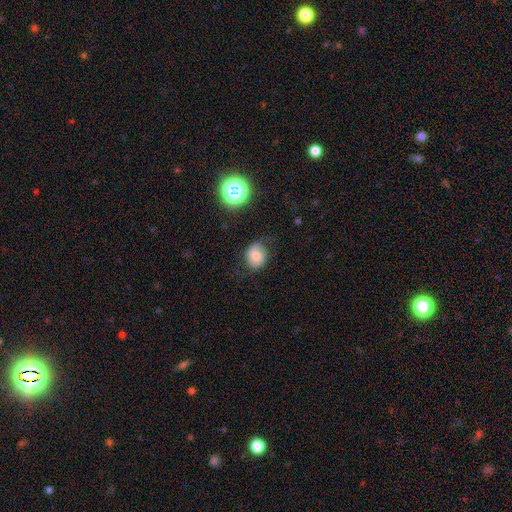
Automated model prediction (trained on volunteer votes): Overall: smooth (70%). How rounded: round (66%; in between 33%). Merging: none (72%).